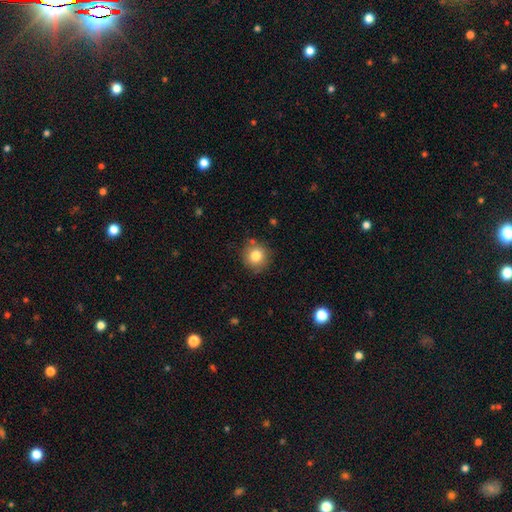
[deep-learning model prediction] Smooth or featured?
  - smooth: 81% *
  - star or artifact: 10%
  - featured or disk: 8%
How rounded?
  - round: 92% *
  - in between: 7%
  - cigar-shaped: 1%
Merging?
  - none: 84% *
  - minor disturbance: 11%
  - major disturbance: 3%
  - merger: 3%